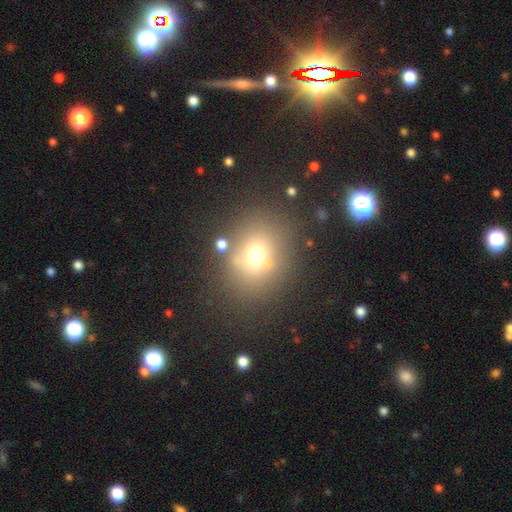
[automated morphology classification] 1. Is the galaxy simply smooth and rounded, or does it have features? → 64% smooth, 20% star or artifact, 16% featured or disk.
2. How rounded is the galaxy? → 66% round, 33% in between, 1% cigar-shaped.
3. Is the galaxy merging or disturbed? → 68% none, 13% merger, 12% minor disturbance, 7% major disturbance.